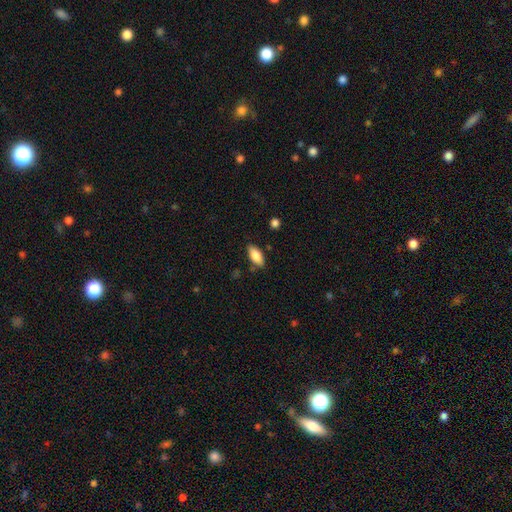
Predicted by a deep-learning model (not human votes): Overall: smooth (84%). How rounded: in between (88%). Merging: none (81%).